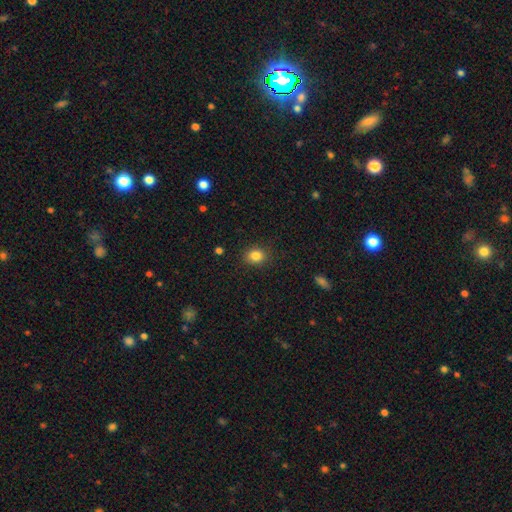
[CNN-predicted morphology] smooth-or-featured: smooth: 84% | star or artifact: 11% | featured or disk: 5%
  how-rounded: round: 61% | in between: 38% | cigar-shaped: 1%
  merging: none: 88% | minor disturbance: 8% | major disturbance: 2% | merger: 1%